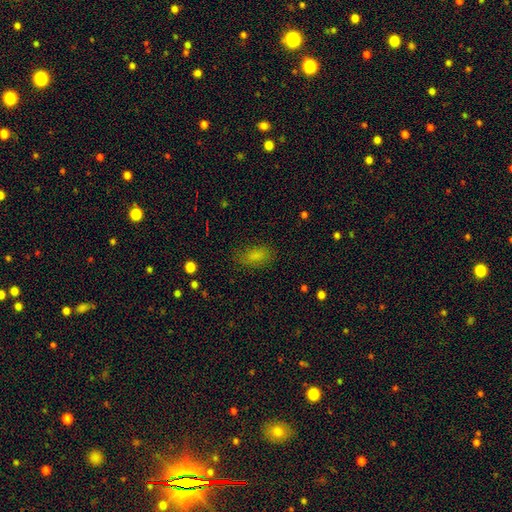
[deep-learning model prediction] This appears to be a smooth galaxy with no disk features (81%) that is in between round and cigar-shaped (87%). Merging: none (77%).